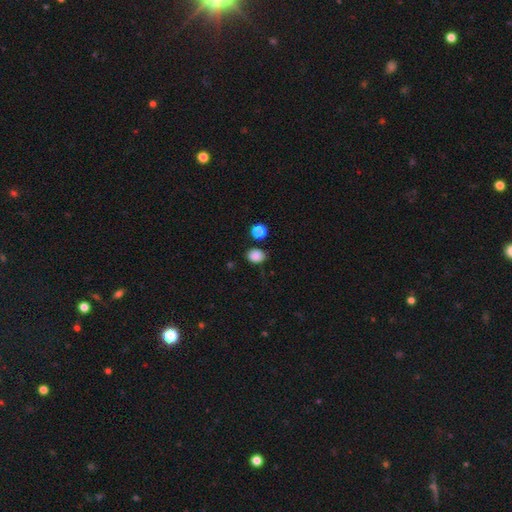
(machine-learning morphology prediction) This appears to be a smooth galaxy with no disk features (86%) that is in between round and cigar-shaped (54%). Merging: none (80%).